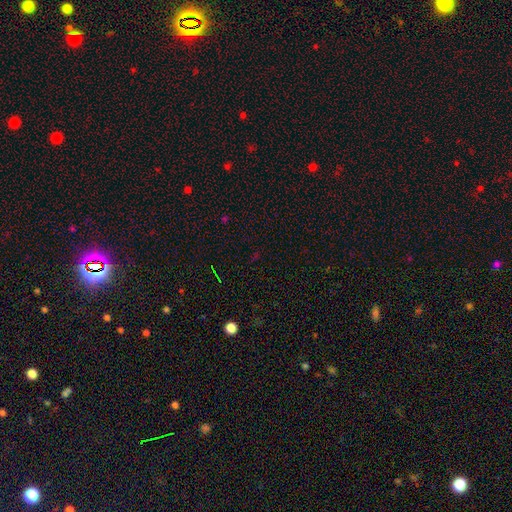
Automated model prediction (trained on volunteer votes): smooth-or-featured: star or artifact: 71% | smooth: 20% | featured or disk: 9%